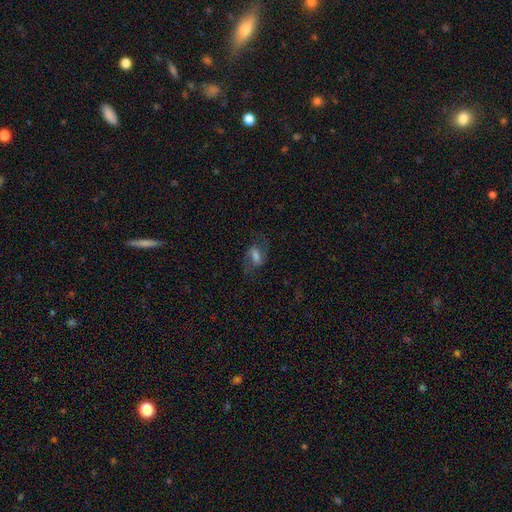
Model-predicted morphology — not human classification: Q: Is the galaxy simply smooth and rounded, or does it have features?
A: featured or disk — 59%.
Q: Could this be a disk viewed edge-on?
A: no — 95%.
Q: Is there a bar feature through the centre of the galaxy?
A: weak — 46%.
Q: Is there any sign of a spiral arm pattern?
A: yes — 88%.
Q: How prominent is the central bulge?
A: moderate — 37%.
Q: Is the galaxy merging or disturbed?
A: none — 69%.